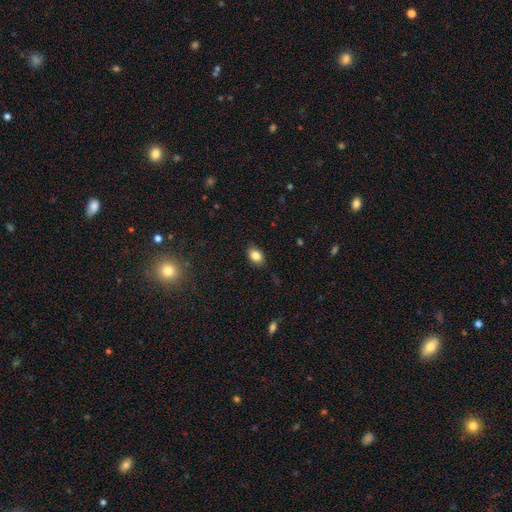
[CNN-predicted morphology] A smooth galaxy with no disk features (84%) that is in between round and cigar-shaped (84%). Merging: none (85%).